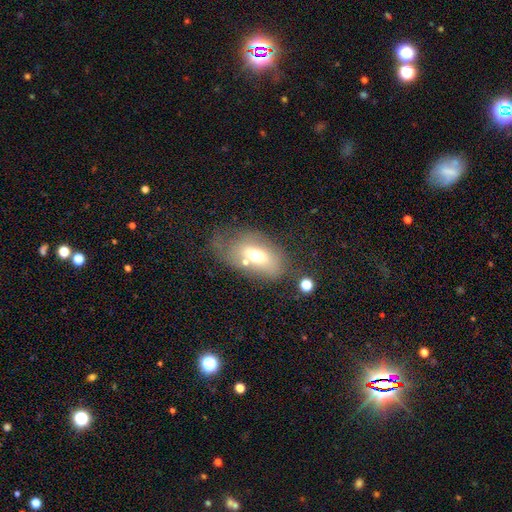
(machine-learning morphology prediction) The model was most divided on "merging": none: 40%, minor disturbance: 25%, major disturbance: 23%, merger: 12%. More confident: how rounded — in between (87%); smooth or featured — smooth (59%).